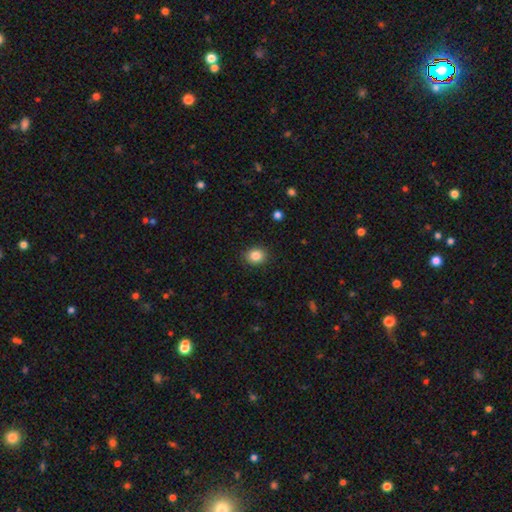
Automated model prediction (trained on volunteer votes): Smooth or featured? smooth (85%)
How rounded? round (64%)
Merging? none (89%)